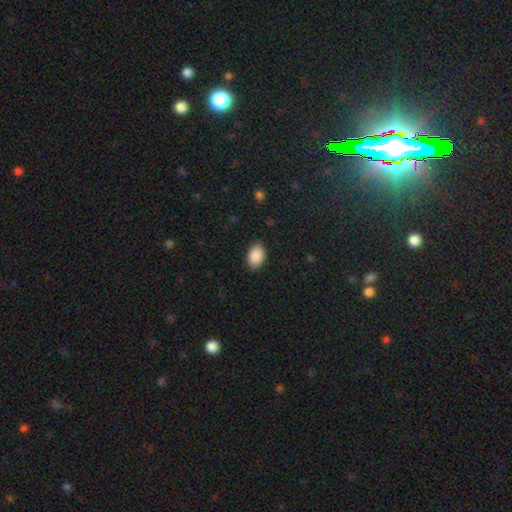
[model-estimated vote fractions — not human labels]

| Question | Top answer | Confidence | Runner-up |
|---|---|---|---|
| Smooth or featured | smooth | 90% | star or artifact (7%) |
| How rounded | in between | 91% | round (8%) |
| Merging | none | 89% | minor disturbance (8%) |